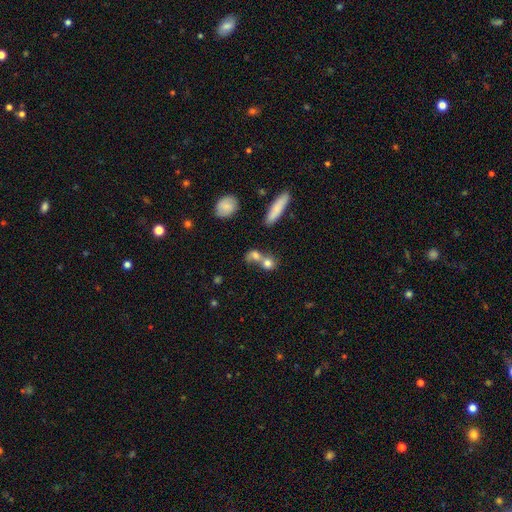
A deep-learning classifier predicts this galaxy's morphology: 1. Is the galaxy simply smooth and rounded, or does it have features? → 73% smooth, 16% featured or disk, 11% star or artifact.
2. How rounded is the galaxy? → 55% round, 37% in between, 7% cigar-shaped.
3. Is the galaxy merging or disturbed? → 58% merger, 29% none, 8% minor disturbance, 5% major disturbance.